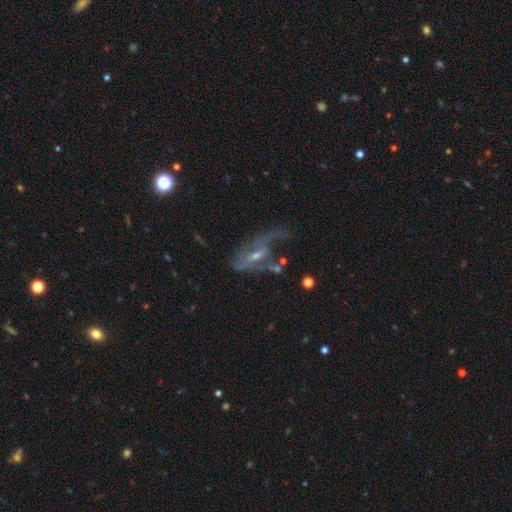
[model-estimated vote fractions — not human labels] Smooth or featured?
  - featured or disk: 75% *
  - smooth: 15%
  - star or artifact: 10%
Edge-on disk?
  - no: 85% *
  - yes: 15%
Bar?
  - no: 41% *
  - weak: 38%
  - strong: 21%
Spiral arms?
  - yes: 75% *
  - no: 25%
Bulge size?
  - small: 58% *
  - moderate: 36%
  - none: 3%
  - large: 2%
  - dominant: 1%
Merging?
  - major disturbance: 37% *
  - none: 35%
  - minor disturbance: 21%
  - merger: 8%